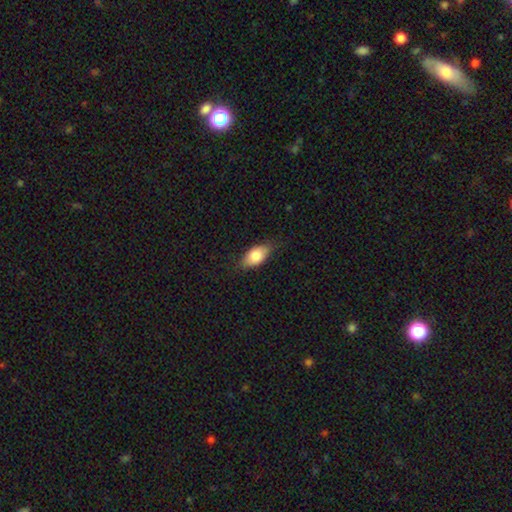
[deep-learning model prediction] smooth_or_featured: smooth (p=0.78) [alt: featured or disk p=0.16]
how_rounded: in between (p=0.89) [alt: cigar-shaped p=0.05]
merging: none (p=0.78) [alt: minor disturbance p=0.18]